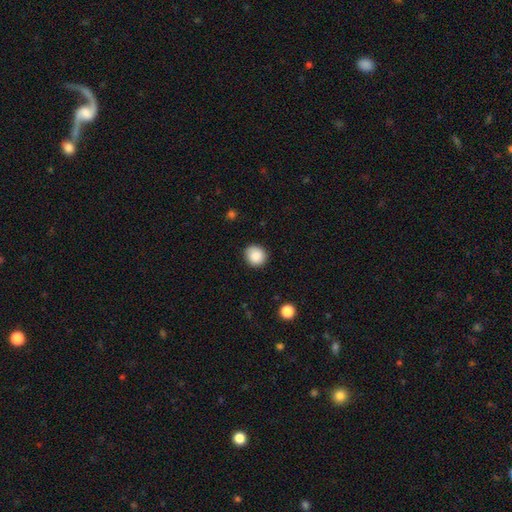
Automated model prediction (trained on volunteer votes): Q: Smooth or featured?
A: smooth (88%); runner-up: star or artifact (8%)
Q: How rounded?
A: round (84%); runner-up: in between (15%)
Q: Merging?
A: none (87%); runner-up: minor disturbance (9%)